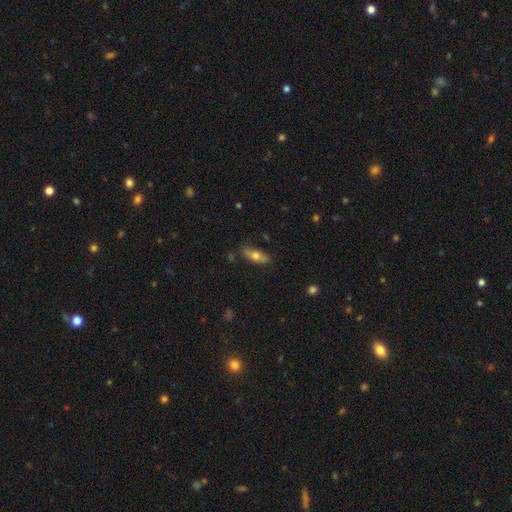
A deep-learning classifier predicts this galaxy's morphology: Smooth or featured? Predicted: smooth (p=0.66). How rounded? Predicted: in between (p=0.67). Merging? Predicted: none (p=0.78).